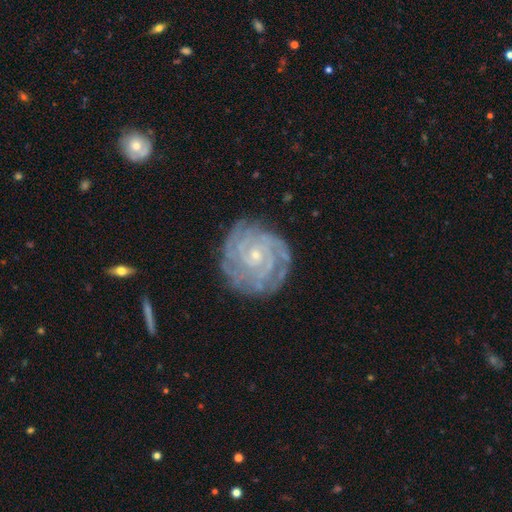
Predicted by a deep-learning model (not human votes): Morphology: type=featured or disk (87%); edge-on=no (98%); bar=no (73%); spiral arms=yes (97%); winding=tight (83%); arm count=can't tell (27%); bulge=small (79%); merging=none (80%).